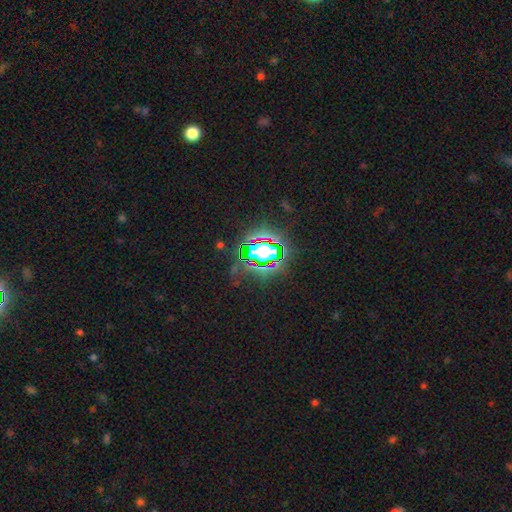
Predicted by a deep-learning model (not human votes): Morphology: type=star or artifact (78%).